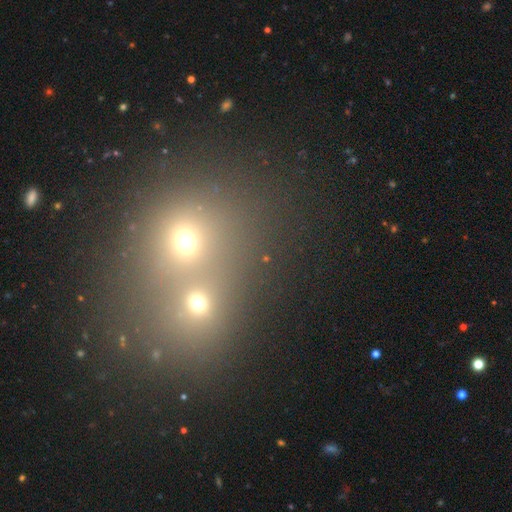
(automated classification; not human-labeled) This appears to be a smooth galaxy with no disk features (44%). Merging: merger (62%).